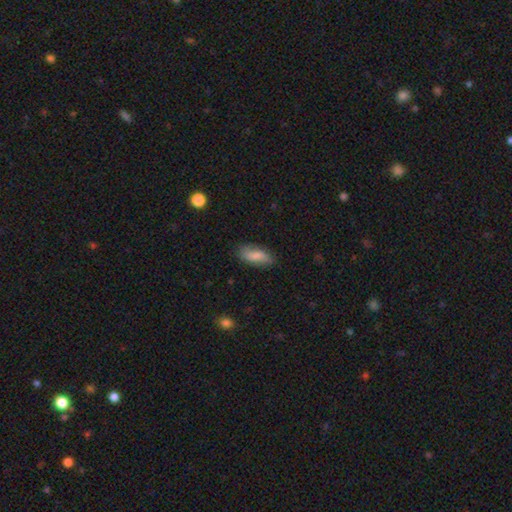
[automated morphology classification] Smooth or featured? smooth (79%)
How rounded? in between (80%)
Merging? none (79%)